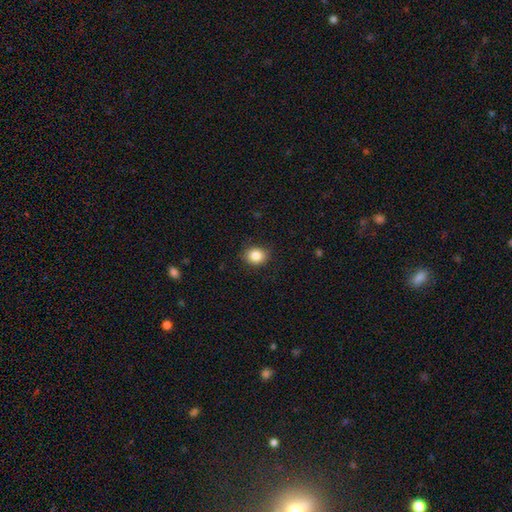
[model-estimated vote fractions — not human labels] A smooth galaxy with no disk features (85%) that is round (63%). Merging: none (87%).